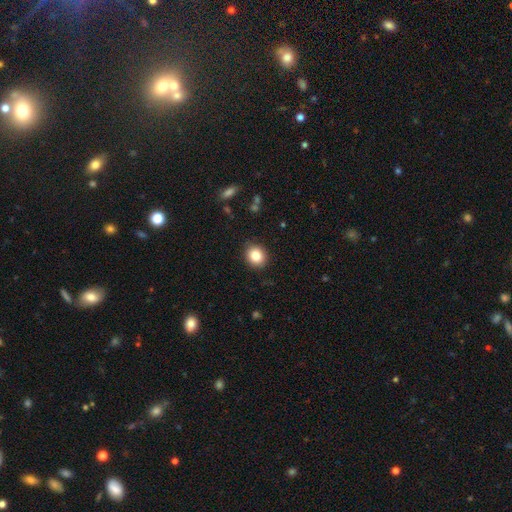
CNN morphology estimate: Q: Smooth or featured?
A: smooth (84%); runner-up: star or artifact (10%)
Q: How rounded?
A: round (76%); runner-up: in between (23%)
Q: Merging?
A: none (90%); runner-up: minor disturbance (7%)